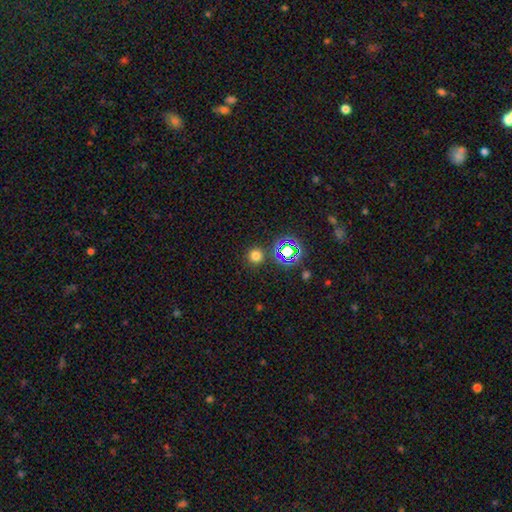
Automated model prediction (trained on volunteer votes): Smooth or featured?
  - smooth: 70% *
  - star or artifact: 24%
  - featured or disk: 6%
How rounded?
  - round: 94% *
  - in between: 5%
  - cigar-shaped: 1%
Merging?
  - none: 86% *
  - minor disturbance: 6%
  - merger: 5%
  - major disturbance: 3%